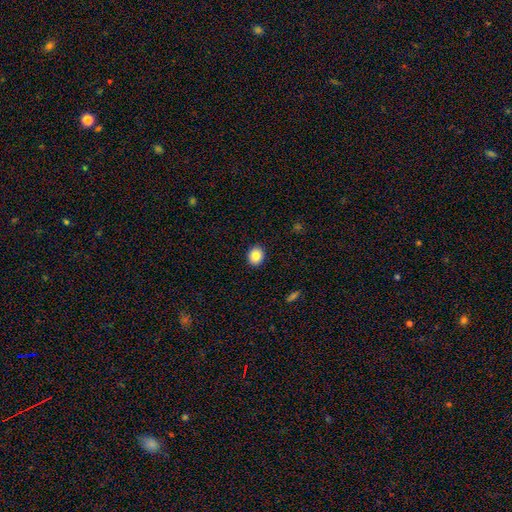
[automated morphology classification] A smooth galaxy with no disk features (85%) that is round (67%). Merging: none (92%).